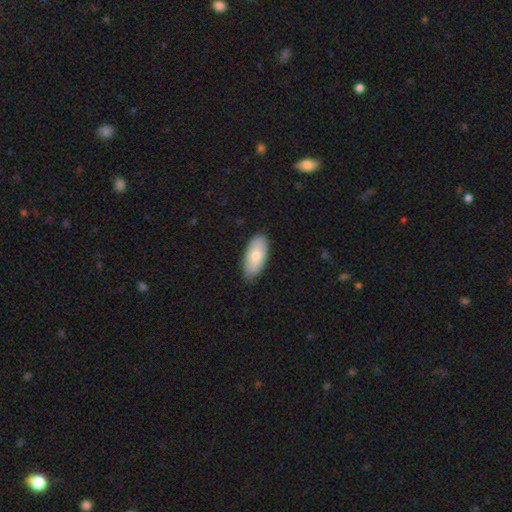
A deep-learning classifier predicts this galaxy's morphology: The model was most divided on "smooth or featured": smooth: 76%, featured or disk: 18%, star or artifact: 6%. More confident: how rounded — in between (92%); merging — none (83%).